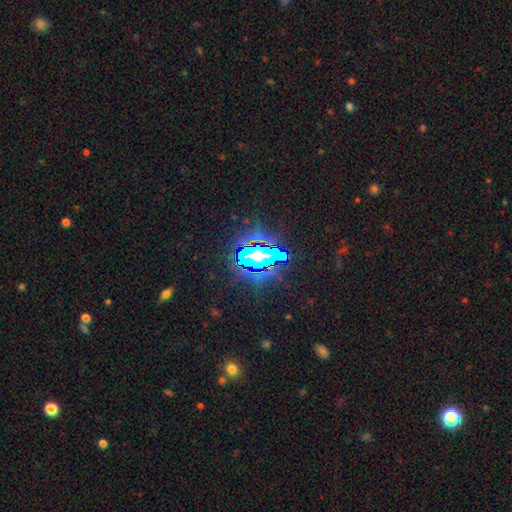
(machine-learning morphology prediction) A star or artifact, not a galaxy (64%).